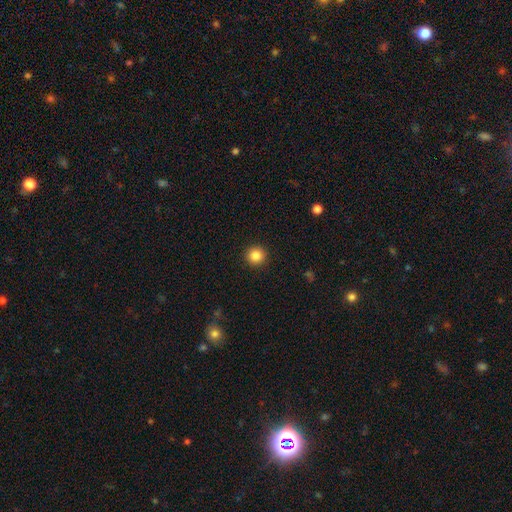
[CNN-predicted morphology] This appears to be a smooth galaxy with no disk features (85%) that is round (95%). Merging: none (93%).